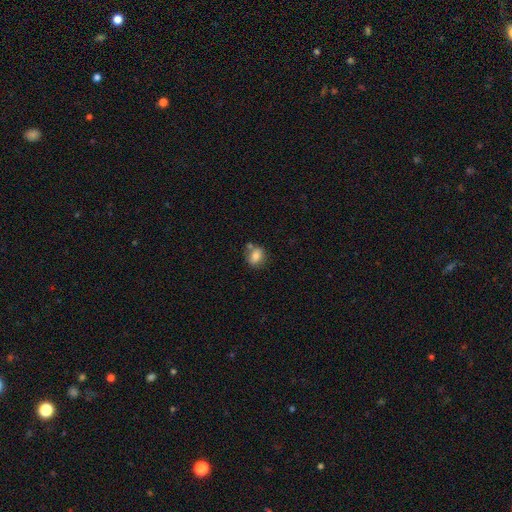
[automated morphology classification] Overall: smooth (77%). How rounded: in between (51%; round 47%). Merging: none (61%).